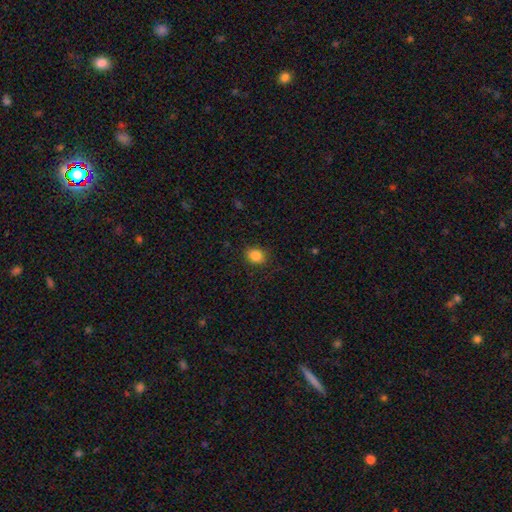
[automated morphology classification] smooth_or_featured: smooth (p=0.86) [alt: star or artifact p=0.10]
how_rounded: round (p=0.55) [alt: in between p=0.44]
merging: none (p=0.87) [alt: minor disturbance p=0.09]